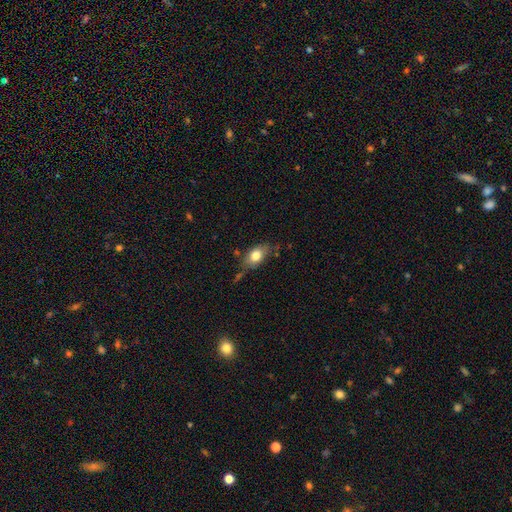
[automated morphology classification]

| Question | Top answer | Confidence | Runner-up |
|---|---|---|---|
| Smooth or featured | smooth | 77% | featured or disk (15%) |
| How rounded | in between | 82% | round (14%) |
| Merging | none | 61% | minor disturbance (25%) |